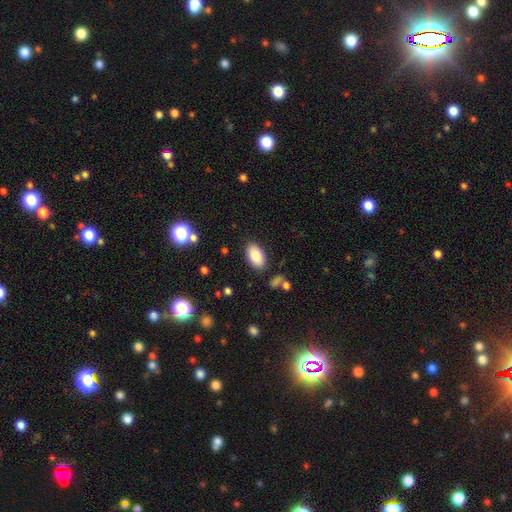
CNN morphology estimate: Smooth or featured?
  - smooth: 83% *
  - featured or disk: 9%
  - star or artifact: 8%
How rounded?
  - in between: 93% *
  - round: 5%
  - cigar-shaped: 2%
Merging?
  - none: 85% *
  - minor disturbance: 10%
  - major disturbance: 3%
  - merger: 2%